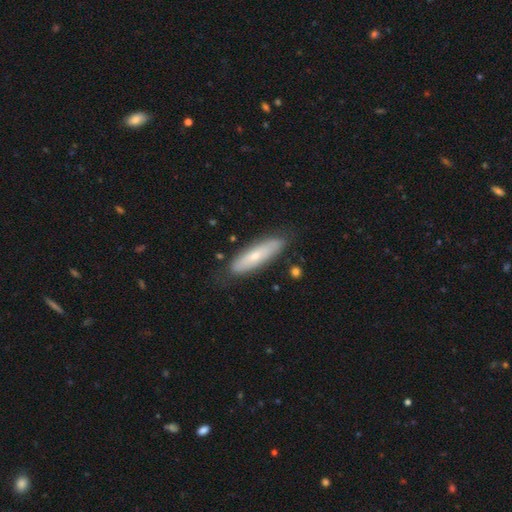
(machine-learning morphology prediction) This is possibly a smooth galaxy (56%). How rounded: likely cigar-shaped (67%). Merging: clearly none (81%).